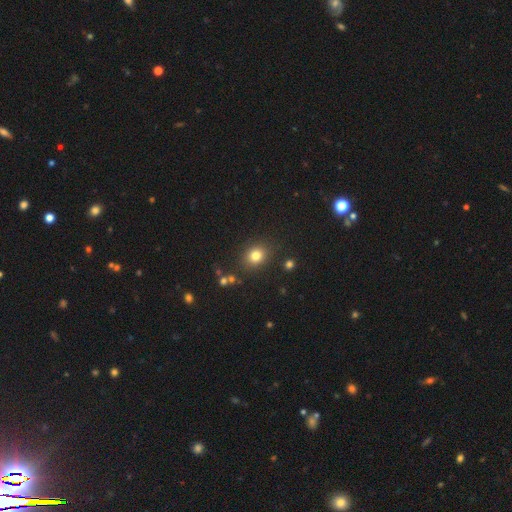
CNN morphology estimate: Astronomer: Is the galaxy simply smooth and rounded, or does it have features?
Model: smooth — 80%.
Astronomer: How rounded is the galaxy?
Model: round — 65%.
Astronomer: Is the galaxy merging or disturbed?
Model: none — 85%.